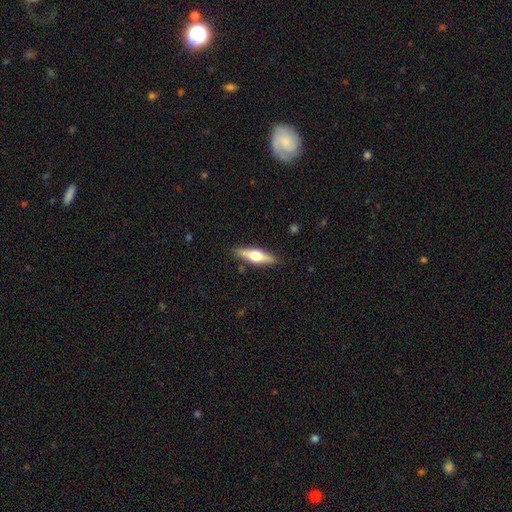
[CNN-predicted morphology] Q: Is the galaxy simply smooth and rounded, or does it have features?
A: featured or disk — 54%.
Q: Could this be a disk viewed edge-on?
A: yes — 94%.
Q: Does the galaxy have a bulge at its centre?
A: rounded — 94%.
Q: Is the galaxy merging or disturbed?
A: none — 87%.